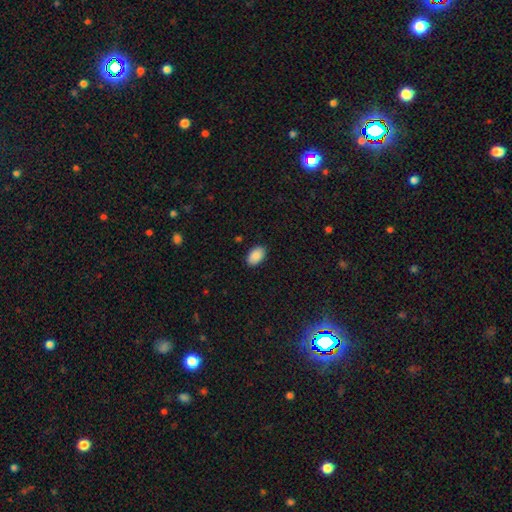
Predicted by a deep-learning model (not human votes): A smooth galaxy with no disk features (90%) that is in between round and cigar-shaped (93%).

Vote fractions:
- Smooth or featured? smooth: 90% / star or artifact: 7% / featured or disk: 3%
- How rounded? in between: 93% / round: 5% / cigar-shaped: 1%
- Merging? none: 89% / minor disturbance: 8% / major disturbance: 2% / merger: 1%